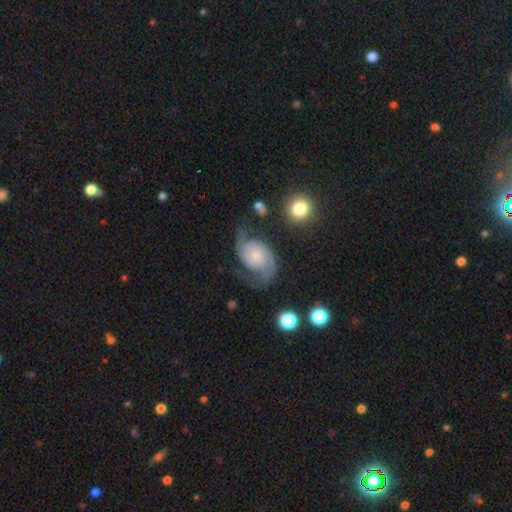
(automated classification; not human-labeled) smooth-or-featured: featured or disk: 86% | smooth: 9% | star or artifact: 6%
  disk-edge-on: no: 98% | yes: 2%
    bar: no: 67% | weak: 27% | strong: 6%
    has-spiral-arms: yes: 97% | no: 3%
      spiral-winding: medium: 50% | loose: 26% | tight: 24%
      spiral-arm-count: 2: 92% | can't tell: 3% | 1: 2% | 3: 1% | 4: 1% | more than 4: 1%
    bulge-size: small: 58% | moderate: 24% | none: 10% | large: 6% | dominant: 2%
  merging: none: 61% | minor disturbance: 20% | major disturbance: 16% | merger: 3%